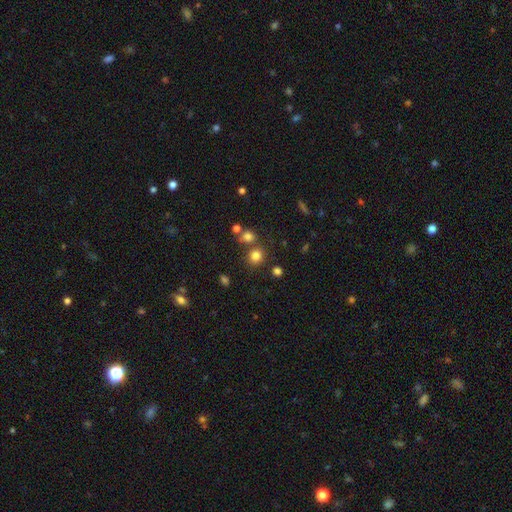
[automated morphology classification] smooth_or_featured: smooth (p=0.79) [alt: star or artifact p=0.15]
how_rounded: round (p=0.85) [alt: in between p=0.14]
merging: none (p=0.74) [alt: merger p=0.14]